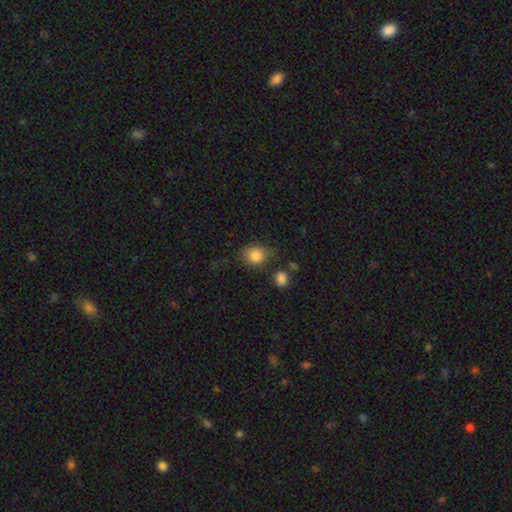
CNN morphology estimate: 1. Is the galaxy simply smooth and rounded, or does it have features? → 84% smooth, 10% star or artifact, 7% featured or disk.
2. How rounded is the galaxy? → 69% round, 30% in between, 1% cigar-shaped.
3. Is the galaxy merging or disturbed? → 65% none, 21% minor disturbance, 8% major disturbance, 6% merger.